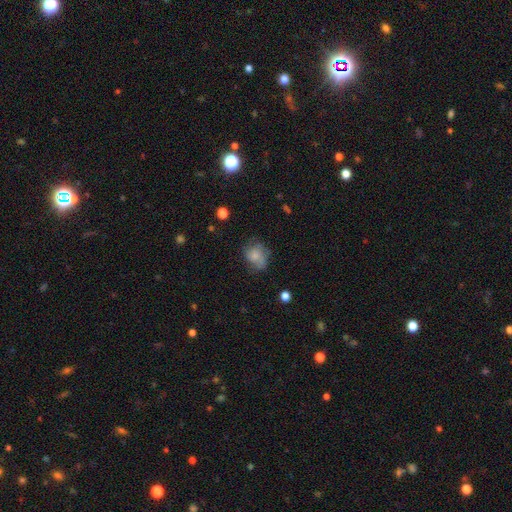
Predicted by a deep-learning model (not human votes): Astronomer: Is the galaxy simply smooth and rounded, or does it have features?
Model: smooth — 61%.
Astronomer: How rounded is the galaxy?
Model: round — 55% (runner-up: in between, 44%).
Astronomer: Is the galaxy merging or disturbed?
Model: none — 49% (runner-up: minor disturbance, 29%).